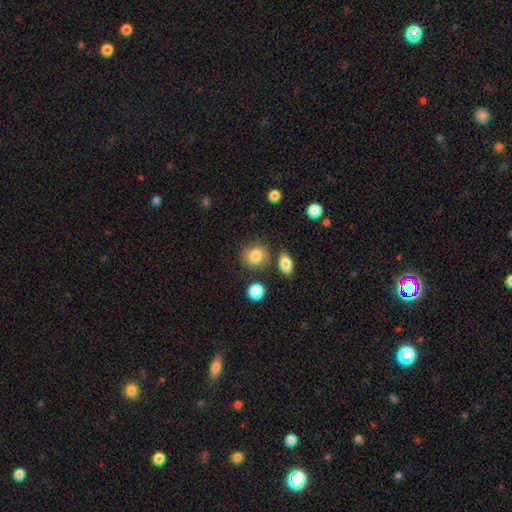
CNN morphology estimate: A smooth galaxy with no disk features (83%) that is round (76%).

Vote fractions:
- Smooth or featured? smooth: 83% / star or artifact: 9% / featured or disk: 8%
- How rounded? round: 76% / in between: 23% / cigar-shaped: 1%
- Merging? none: 77% / minor disturbance: 13% / merger: 7% / major disturbance: 4%